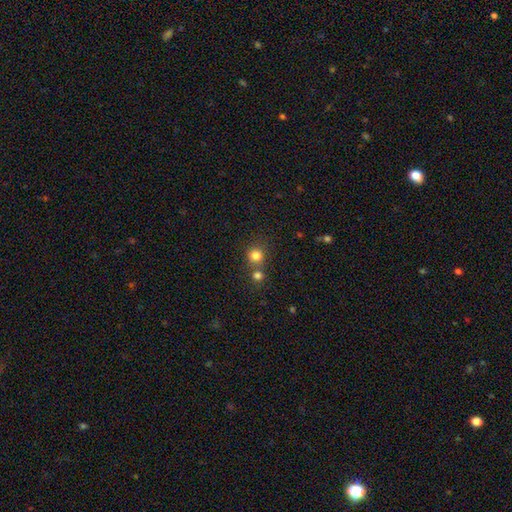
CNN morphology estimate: Smooth or featured: smooth — 80% (star or artifact — 14%)
How rounded: round — 87% (in between — 12%)
Merging: none — 59% (merger — 30%)